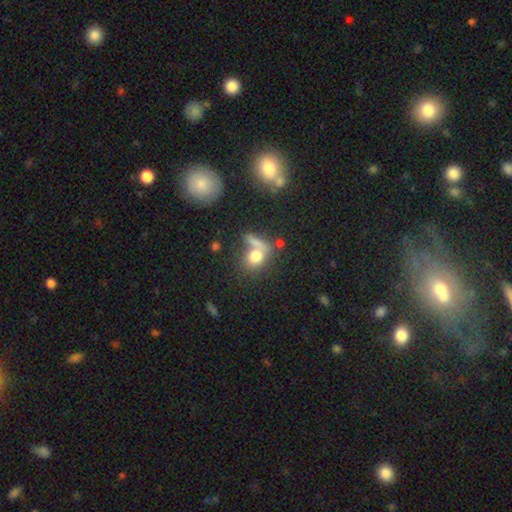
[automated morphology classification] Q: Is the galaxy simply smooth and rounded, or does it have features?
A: smooth — 74%.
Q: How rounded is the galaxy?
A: round — 53%.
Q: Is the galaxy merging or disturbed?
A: none — 43%.